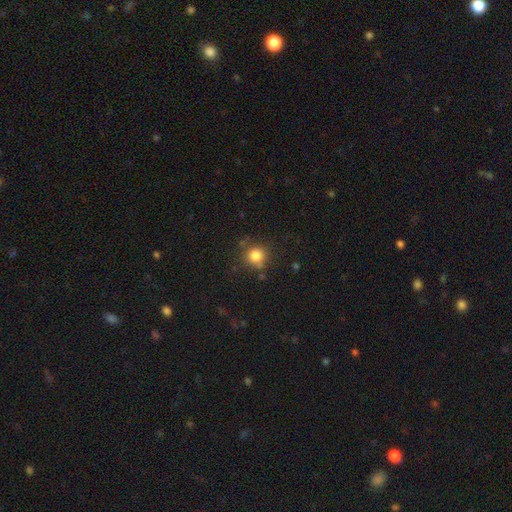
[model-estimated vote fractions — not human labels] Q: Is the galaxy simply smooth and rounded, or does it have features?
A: smooth — 82%.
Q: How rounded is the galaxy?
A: round — 90%.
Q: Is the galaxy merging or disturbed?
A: none — 77%.